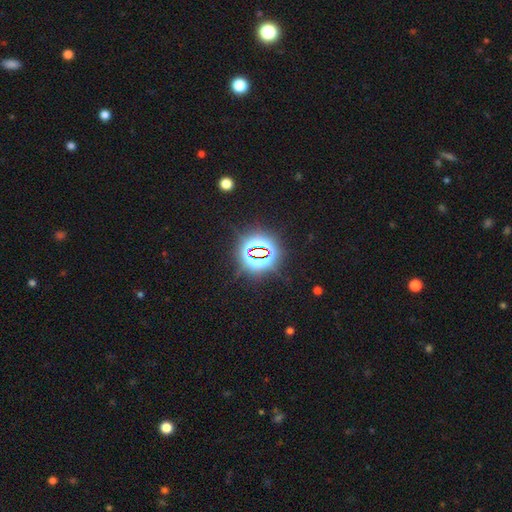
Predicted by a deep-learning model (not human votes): Smooth or featured? star or artifact (80%)